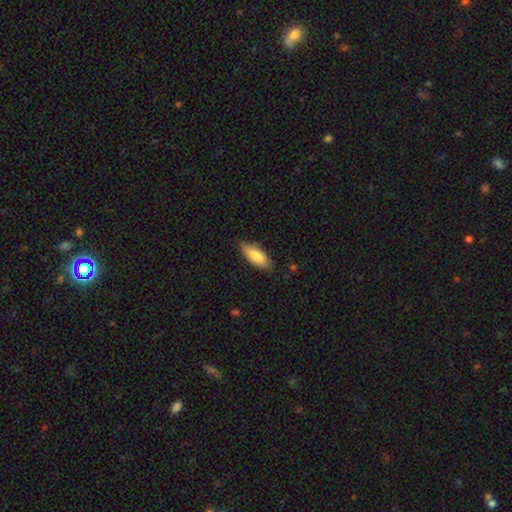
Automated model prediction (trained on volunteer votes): Morphology: type=smooth (82%); roundness=in between (76%); merging=none (79%).